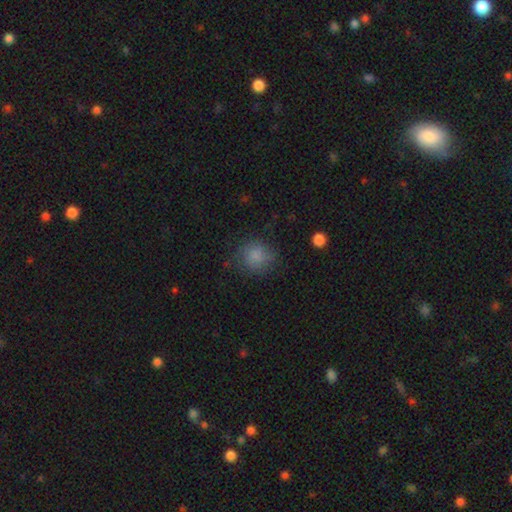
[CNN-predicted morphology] Smooth or featured?
  - smooth: 80% *
  - star or artifact: 11%
  - featured or disk: 9%
How rounded?
  - round: 81% *
  - in between: 18%
  - cigar-shaped: 1%
Merging?
  - none: 69% *
  - minor disturbance: 20%
  - major disturbance: 9%
  - merger: 2%